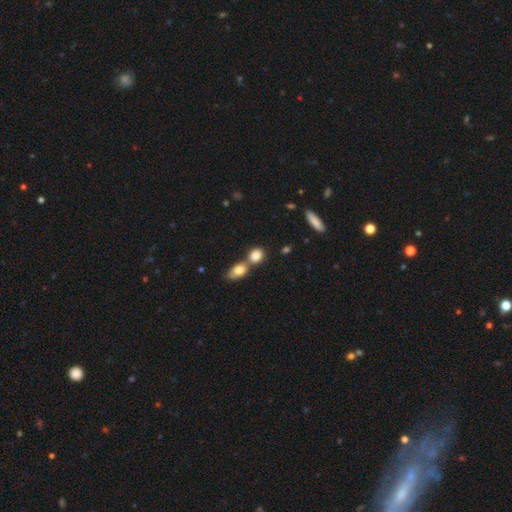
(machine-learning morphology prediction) The model was most divided on "merging": merger: 45%, none: 43%, minor disturbance: 9%, major disturbance: 3%. Remaining: smooth or featured — smooth (83%); how rounded — round (50%).